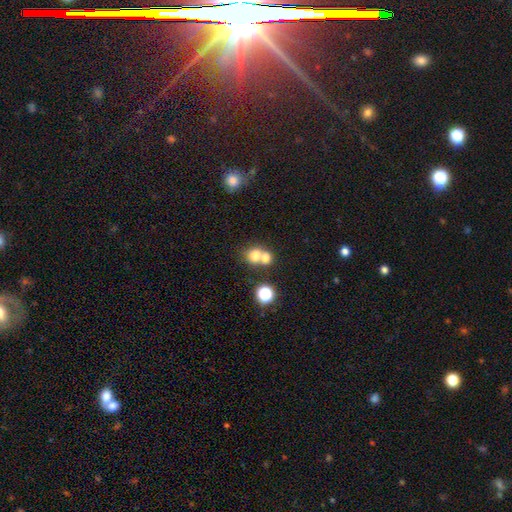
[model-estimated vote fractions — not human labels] A smooth galaxy with no disk features (73%) that is round (73%).

Vote fractions:
- Smooth or featured? smooth: 73% / star or artifact: 13% / featured or disk: 13%
- How rounded? round: 73% / in between: 26% / cigar-shaped: 1%
- Merging? merger: 59% / none: 33% / minor disturbance: 6% / major disturbance: 3%